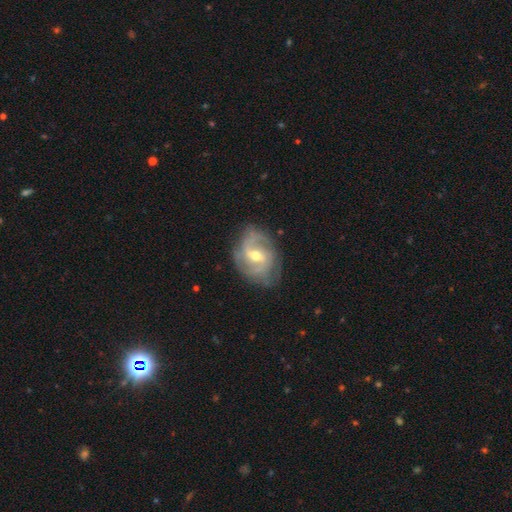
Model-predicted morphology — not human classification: smooth-or-featured: featured or disk: 82% | smooth: 12% | star or artifact: 6%
  disk-edge-on: no: 97% | yes: 3%
    bar: weak: 56% | no: 23% | strong: 21%
    has-spiral-arms: yes: 91% | no: 9%
      spiral-winding: medium: 44% | tight: 34% | loose: 22%
      spiral-arm-count: 2: 59% | can't tell: 18% | 3: 12% | 1: 5% | 4: 3% | more than 4: 2%
    bulge-size: moderate: 69% | small: 26% | large: 4% | none: 1% | dominant: 1%
  merging: none: 67% | minor disturbance: 23% | major disturbance: 9% | merger: 1%